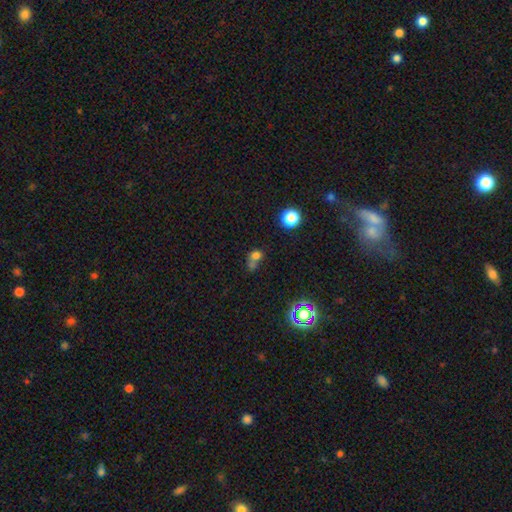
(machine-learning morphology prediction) This is likely a smooth galaxy (68%). How rounded: likely round (62%). Merging: possibly merger (49%).